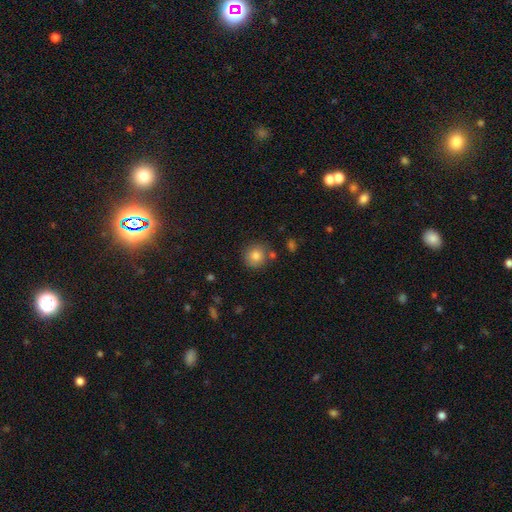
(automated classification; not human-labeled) Smooth or featured? Predicted: smooth (p=0.83). How rounded? Predicted: round (p=0.89). Merging? Predicted: none (p=0.78).